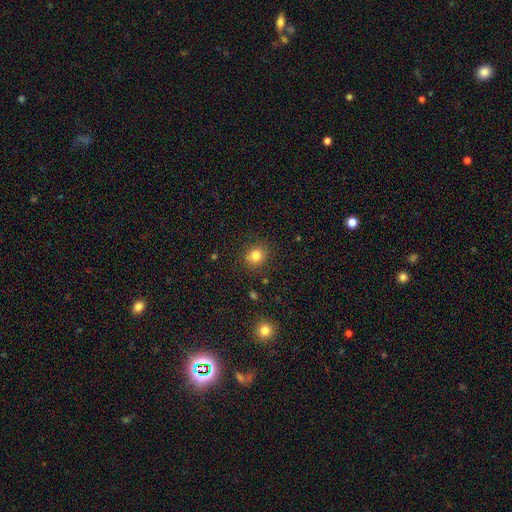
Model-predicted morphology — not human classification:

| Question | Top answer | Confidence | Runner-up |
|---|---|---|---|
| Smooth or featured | smooth | 81% | star or artifact (12%) |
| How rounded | round | 78% | in between (21%) |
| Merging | none | 85% | minor disturbance (10%) |